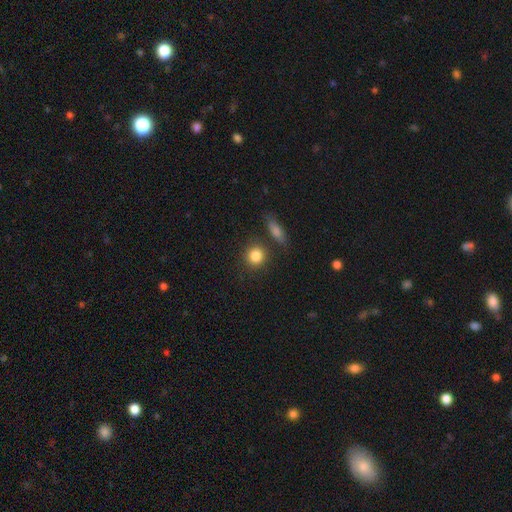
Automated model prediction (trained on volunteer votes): Smooth or featured: smooth — 84% (star or artifact — 9%)
How rounded: round — 85% (in between — 13%)
Merging: none — 78% (minor disturbance — 10%)